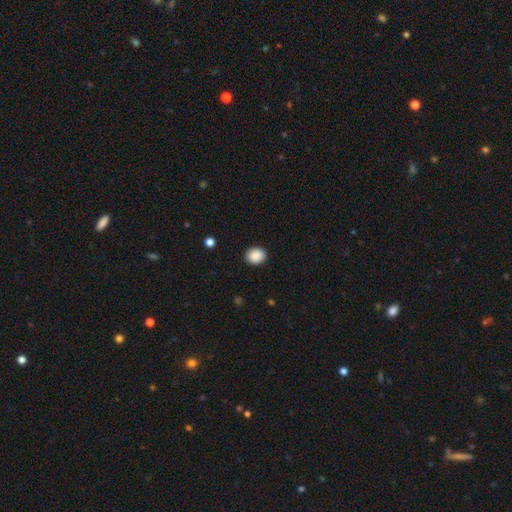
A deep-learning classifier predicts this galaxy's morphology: type=smooth (89%); roundness=round (62%); merging=none (90%).